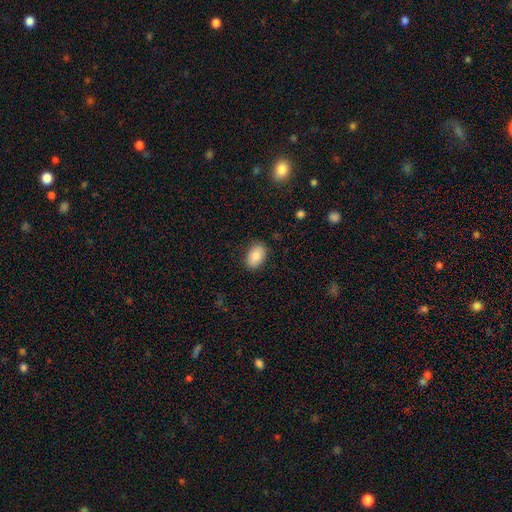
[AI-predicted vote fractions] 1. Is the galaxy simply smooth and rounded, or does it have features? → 83% smooth, 10% featured or disk, 7% star or artifact.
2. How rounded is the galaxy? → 88% in between, 11% round, 1% cigar-shaped.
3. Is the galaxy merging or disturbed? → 86% none, 10% minor disturbance, 2% major disturbance, 1% merger.